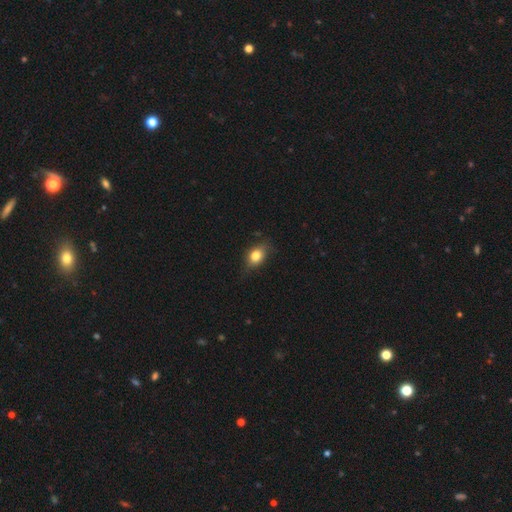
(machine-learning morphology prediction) This is likely a smooth galaxy (79%). How rounded: likely in between (70%). Merging: likely none (70%).